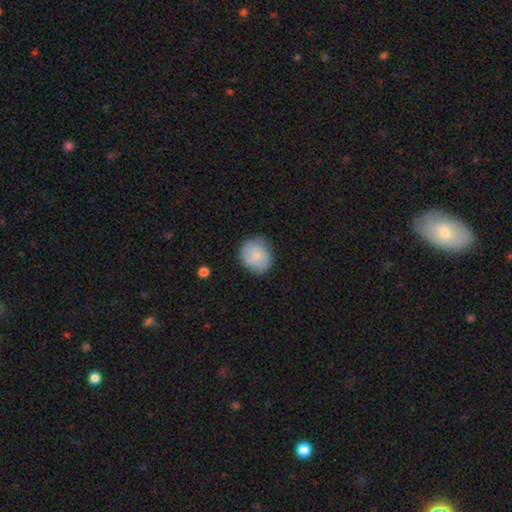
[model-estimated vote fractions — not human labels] Smooth or featured? Predicted: smooth (p=0.78). How rounded? Predicted: round (p=0.74). Merging? Predicted: none (p=0.76).